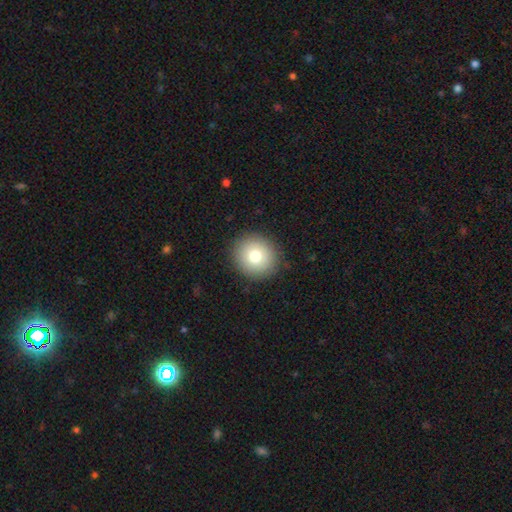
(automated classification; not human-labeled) smooth 76%, featured or disk 13%, star or artifact 11%. Down the decision tree: how rounded — round (91%); merging — none (91%).